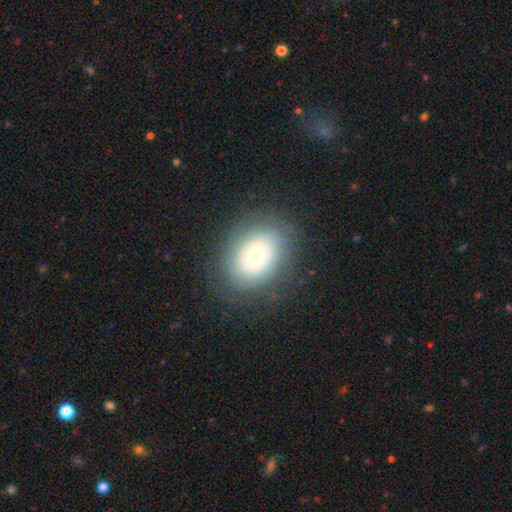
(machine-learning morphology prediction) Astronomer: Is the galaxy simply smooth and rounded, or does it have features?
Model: featured or disk — 55% (runner-up: smooth, 37%).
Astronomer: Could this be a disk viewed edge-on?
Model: no — 95%.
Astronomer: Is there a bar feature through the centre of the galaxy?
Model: no — 89%.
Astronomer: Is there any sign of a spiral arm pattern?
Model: no — 80%.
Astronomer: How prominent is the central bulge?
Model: moderate — 54% (runner-up: small, 39%).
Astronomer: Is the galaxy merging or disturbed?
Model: none — 79%.